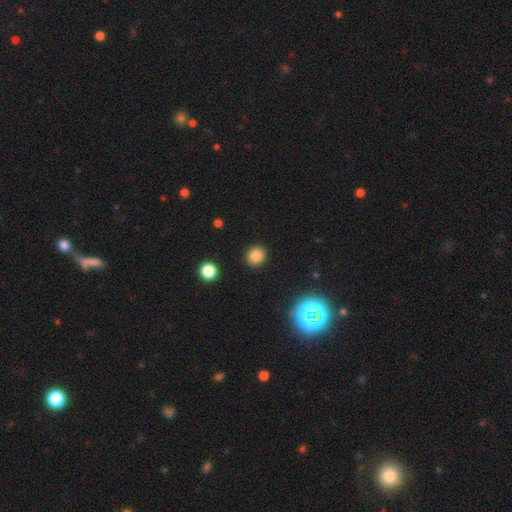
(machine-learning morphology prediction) Smooth or featured? smooth (81%)
How rounded? round (82%)
Merging? none (90%)